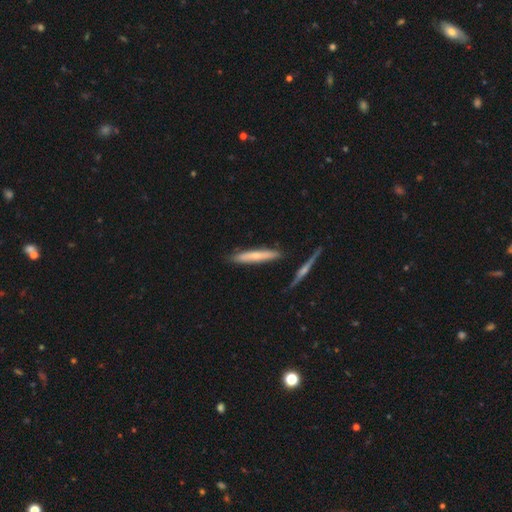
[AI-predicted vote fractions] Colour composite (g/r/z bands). It shows a smooth galaxy with no disk features (57%) that is cigar-shaped (92%). Merging: none (81%).